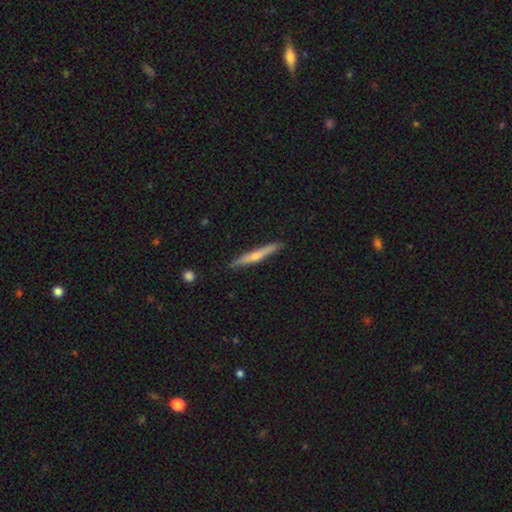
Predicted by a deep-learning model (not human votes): A featured or disk galaxy (58%) viewed edge-on (97%) with a rounded central bulge (81%).

Vote fractions:
- Smooth or featured? featured or disk: 58% / smooth: 37% / star or artifact: 6%
- Edge-on disk? yes: 97% / no: 3%
- Edge-on bulge? rounded: 81% / none: 15% / boxy: 4%
- Merging? none: 89% / minor disturbance: 8% / major disturbance: 1% / merger: 1%